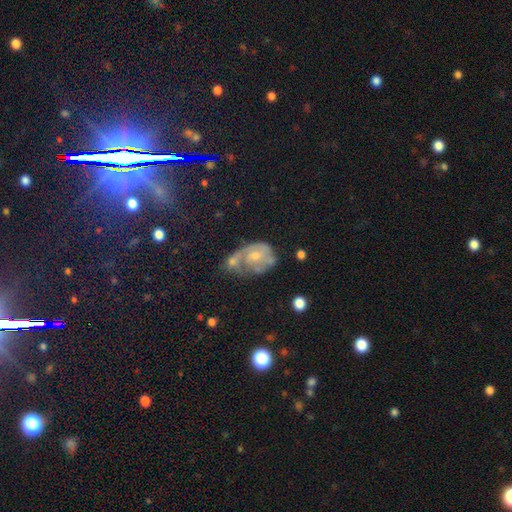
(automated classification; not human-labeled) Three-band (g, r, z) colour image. It shows a featured or disk galaxy (58%) with no bar (75%), spiral arms (63%) and a moderate central bulge (46%). Merging: merger (33%).